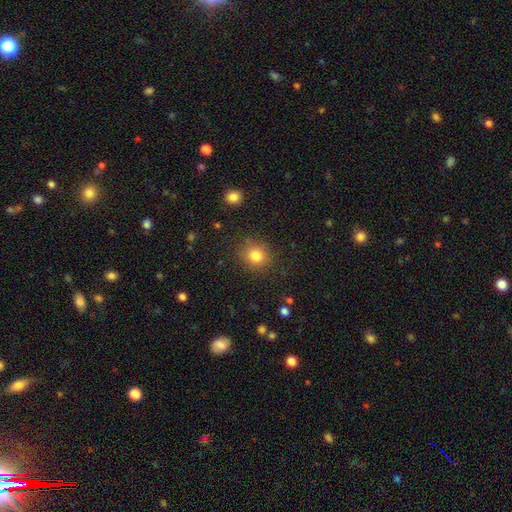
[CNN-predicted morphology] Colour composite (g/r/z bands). It shows a smooth galaxy with no disk features (81%) that is round (84%). Merging: none (86%).